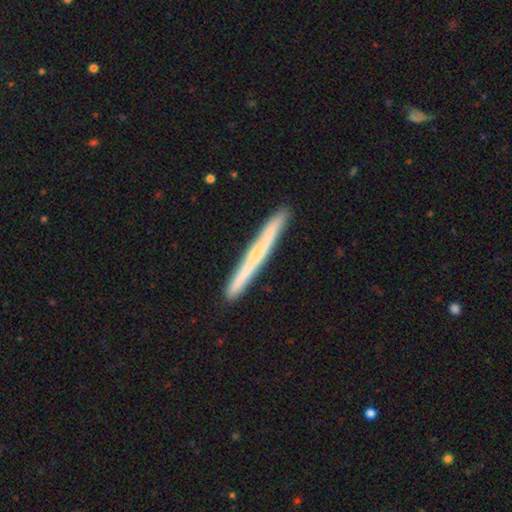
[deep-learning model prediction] Q: Smooth or featured?
A: featured or disk (50%); runner-up: smooth (44%)
Q: Merging?
A: none (92%); runner-up: minor disturbance (6%)